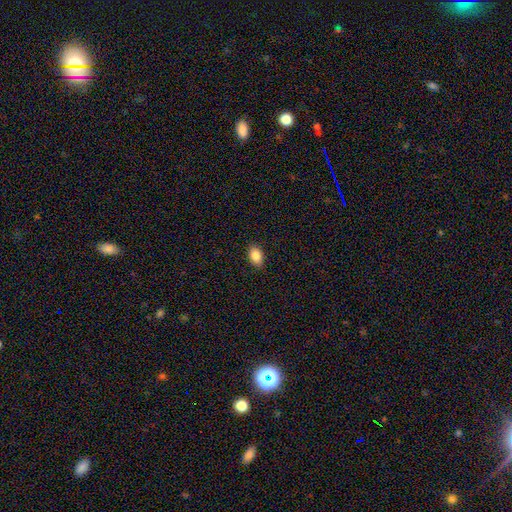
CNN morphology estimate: Smooth or featured? smooth (87%)
How rounded? in between (86%)
Merging? none (88%)